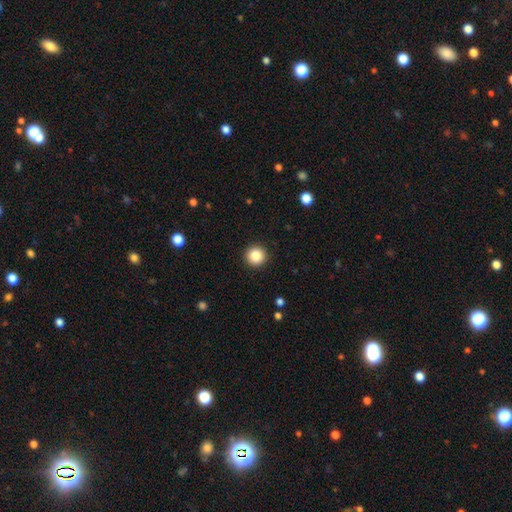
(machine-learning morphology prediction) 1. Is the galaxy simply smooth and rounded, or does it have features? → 87% smooth, 9% star or artifact, 3% featured or disk.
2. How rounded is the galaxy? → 96% round, 3% in between, 1% cigar-shaped.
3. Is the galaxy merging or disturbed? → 92% none, 5% minor disturbance, 2% major disturbance, 1% merger.